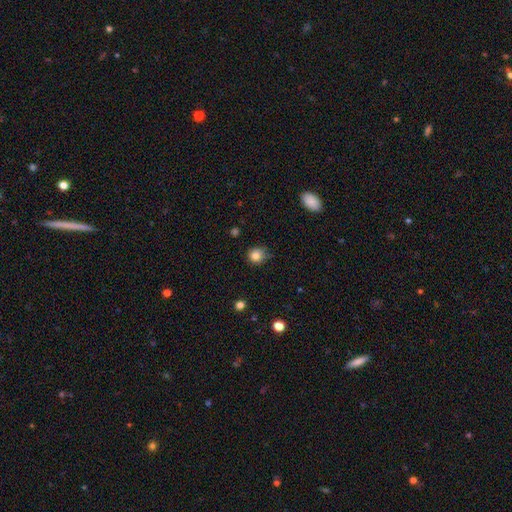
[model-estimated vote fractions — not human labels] This is clearly a smooth galaxy (83%). How rounded: clearly round (87%). Merging: likely none (75%).